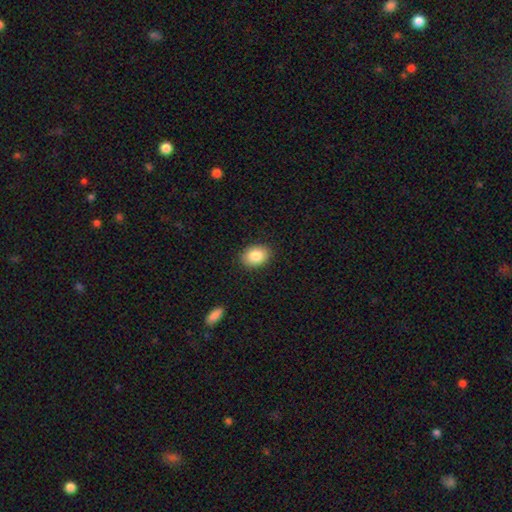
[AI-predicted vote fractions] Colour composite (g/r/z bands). It shows a smooth galaxy with no disk features (86%) that is in between round and cigar-shaped (78%). Merging: none (89%).